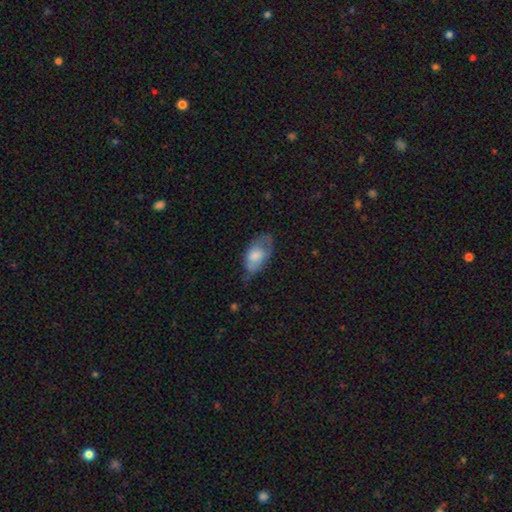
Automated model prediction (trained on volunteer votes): The model was most divided on "merging": none: 39%, minor disturbance: 38%, major disturbance: 21%, merger: 2%. More confident: how rounded — in between (92%); smooth or featured — smooth (65%).